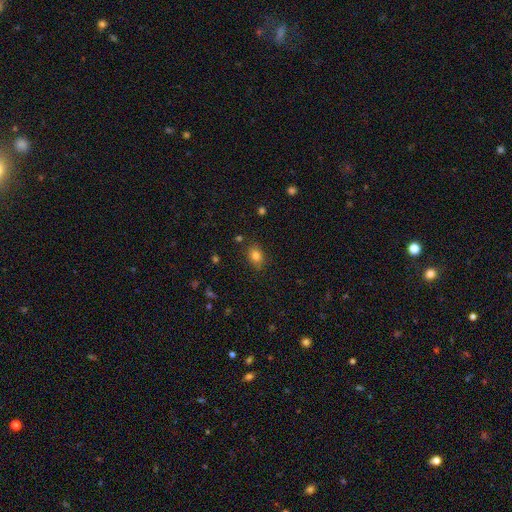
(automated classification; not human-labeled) Overall: smooth (81%). How rounded: in between (76%). Merging: none (83%).